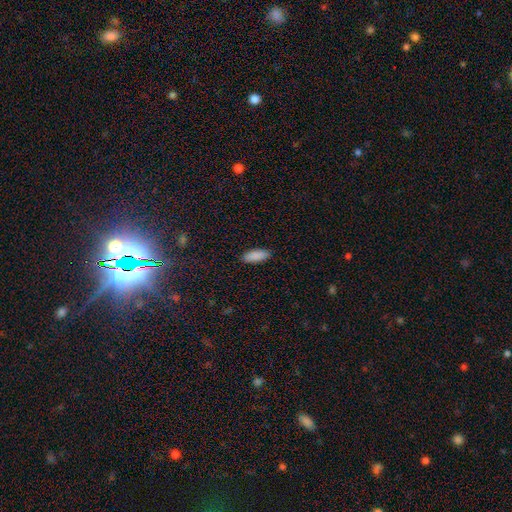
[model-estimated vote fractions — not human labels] smooth-or-featured: smooth: 89% | star or artifact: 6% | featured or disk: 4%
  how-rounded: in between: 71% | cigar-shaped: 27% | round: 2%
  merging: none: 89% | minor disturbance: 8% | major disturbance: 2% | merger: 1%